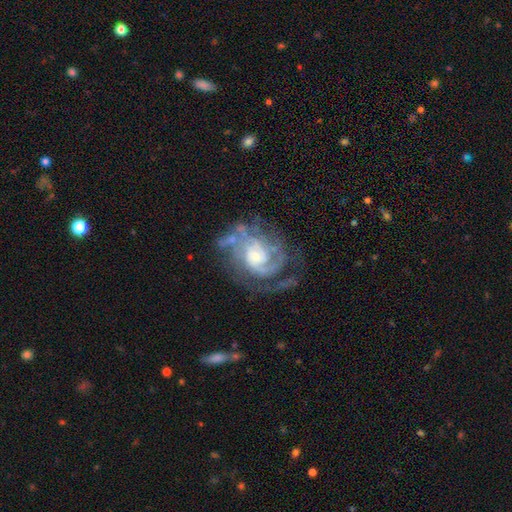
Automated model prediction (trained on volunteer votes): smooth-or-featured: featured or disk: 87% | smooth: 7% | star or artifact: 6%
  disk-edge-on: no: 98% | yes: 2%
    bar: no: 66% | weak: 29% | strong: 5%
    has-spiral-arms: yes: 95% | no: 5%
      spiral-winding: tight: 54% | medium: 35% | loose: 11%
      spiral-arm-count: 2: 33% | can't tell: 26% | 3: 20% | 1: 9% | 4: 7% | more than 4: 5%
    bulge-size: small: 46% | moderate: 40% | large: 9% | none: 4% | dominant: 1%
  merging: none: 54% | major disturbance: 22% | minor disturbance: 20% | merger: 4%